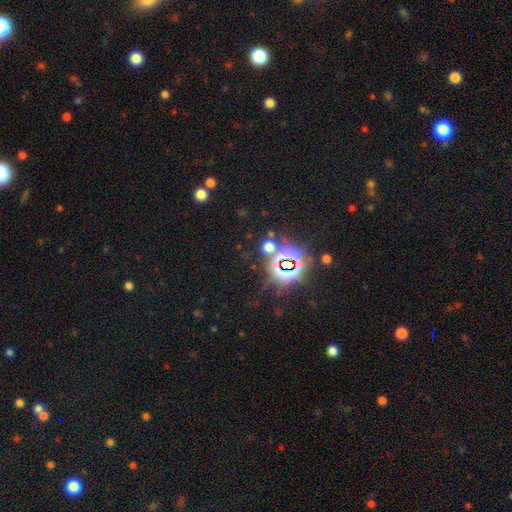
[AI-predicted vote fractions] Q: Smooth or featured?
A: star or artifact (82%); runner-up: smooth (11%)